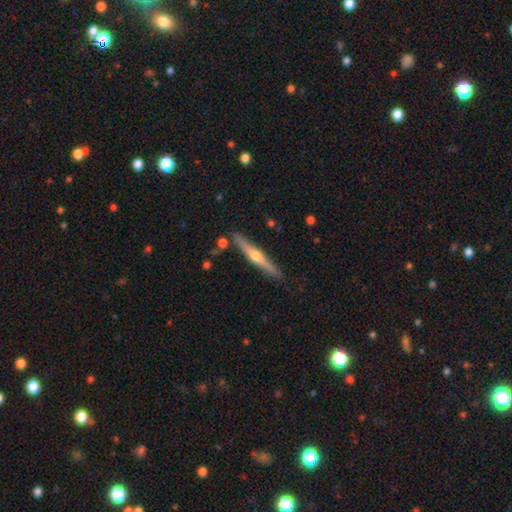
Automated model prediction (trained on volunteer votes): The model was most divided on "smooth or featured": featured or disk: 70%, smooth: 24%, star or artifact: 5%. More confident: edge-on disk — yes (98%); edge-on bulge — rounded (92%); merging — none (87%).